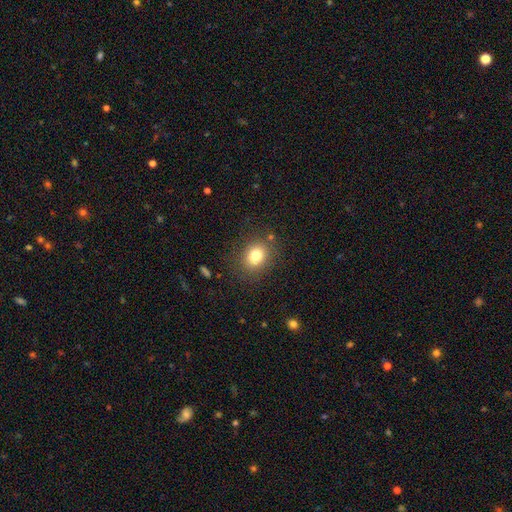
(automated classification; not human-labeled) Smooth or featured: smooth — 79% (star or artifact — 12%)
How rounded: round — 60% (in between — 39%)
Merging: none — 83% (minor disturbance — 10%)